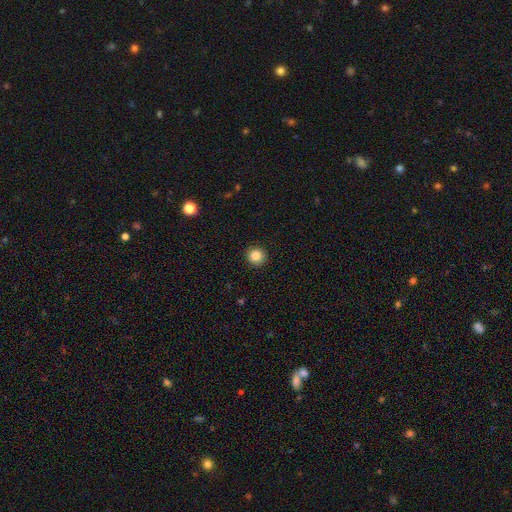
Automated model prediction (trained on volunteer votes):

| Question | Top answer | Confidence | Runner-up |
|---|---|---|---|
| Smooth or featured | smooth | 86% | star or artifact (10%) |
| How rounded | round | 93% | in between (6%) |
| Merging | none | 92% | minor disturbance (5%) |